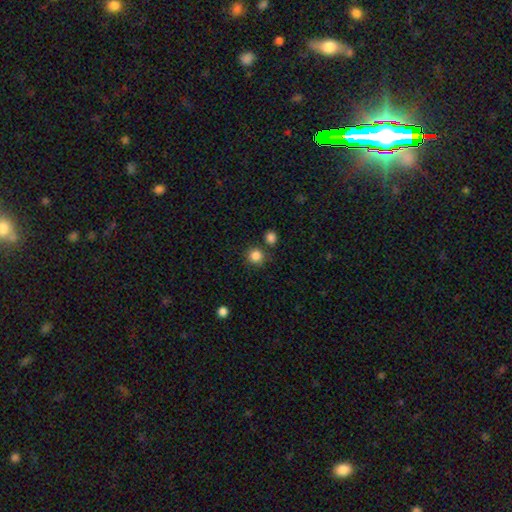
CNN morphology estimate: type=smooth (85%); roundness=round (93%); merging=none (79%).